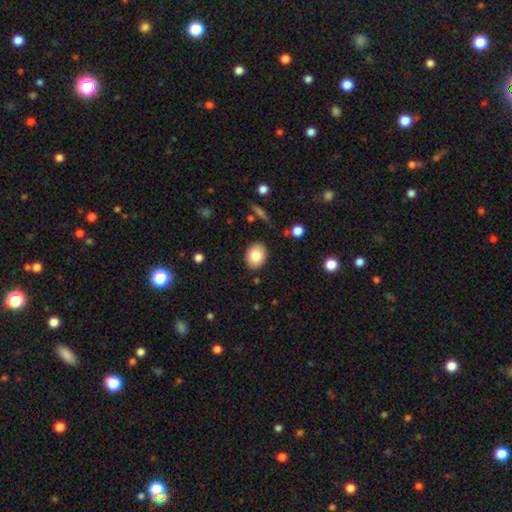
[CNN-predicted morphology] Smooth or featured: smooth — 81% (featured or disk — 10%)
How rounded: in between — 59% (round — 40%)
Merging: none — 87% (minor disturbance — 9%)